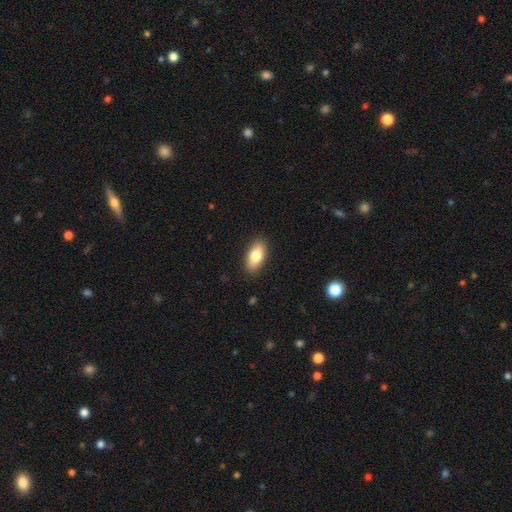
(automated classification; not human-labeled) Q: Smooth or featured?
A: smooth (79%); runner-up: featured or disk (14%)
Q: How rounded?
A: in between (88%); runner-up: cigar-shaped (8%)
Q: Merging?
A: none (88%); runner-up: minor disturbance (9%)